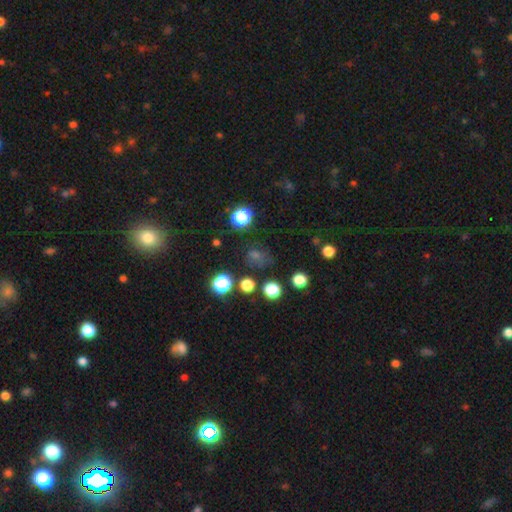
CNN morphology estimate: Smooth or featured: smooth — 50% (star or artifact — 40%)
Merging: none — 76% (minor disturbance — 12%)